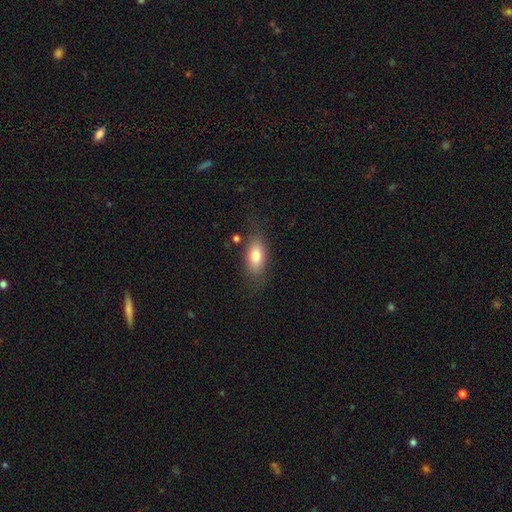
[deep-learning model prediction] Smooth or featured? Predicted: smooth (p=0.78). How rounded? Predicted: in between (p=0.87). Merging? Predicted: none (p=0.75).